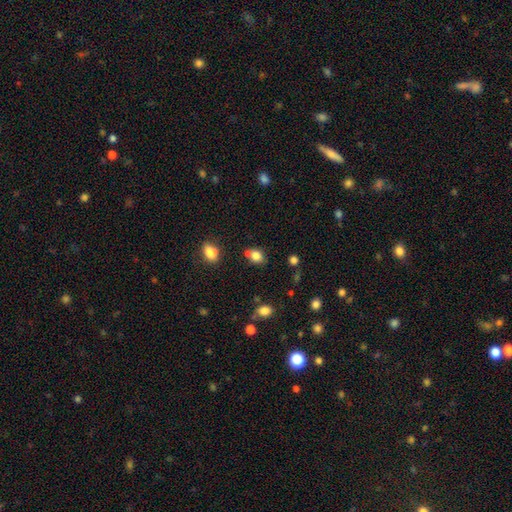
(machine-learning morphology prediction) Q: Smooth or featured?
A: smooth (81%); runner-up: star or artifact (11%)
Q: How rounded?
A: in between (50%); runner-up: round (49%)
Q: Merging?
A: none (57%); runner-up: merger (19%)